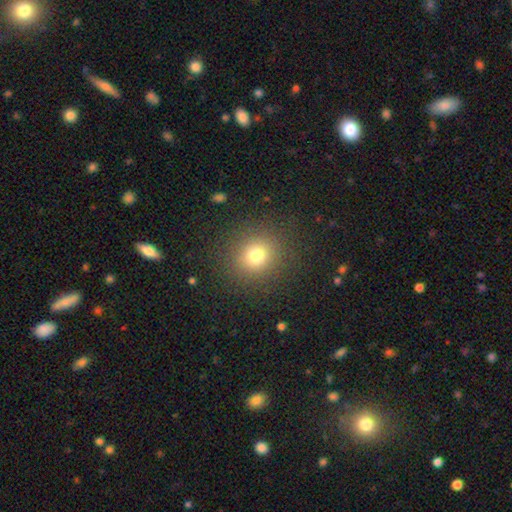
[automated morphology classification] Smooth or featured? smooth (75%)
How rounded? round (88%)
Merging? none (88%)